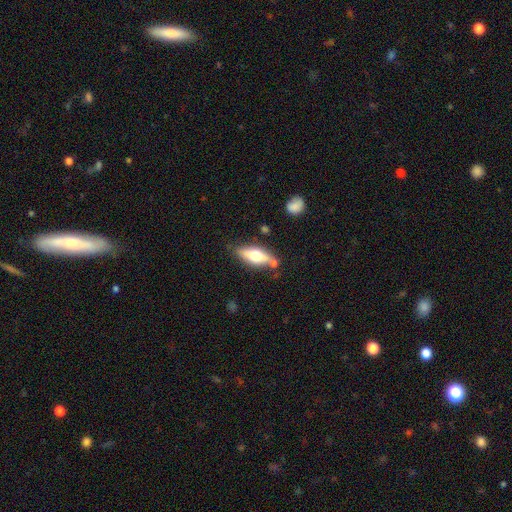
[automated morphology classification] This is possibly a smooth galaxy (51%). How rounded: likely in between (63%). Merging: likely none (73%).